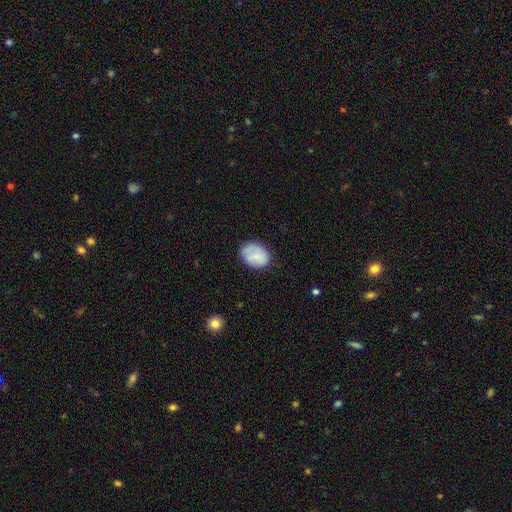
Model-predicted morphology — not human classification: Smooth or featured: smooth — 75% (featured or disk — 17%)
How rounded: in between — 64% (round — 35%)
Merging: none — 69% (minor disturbance — 22%)